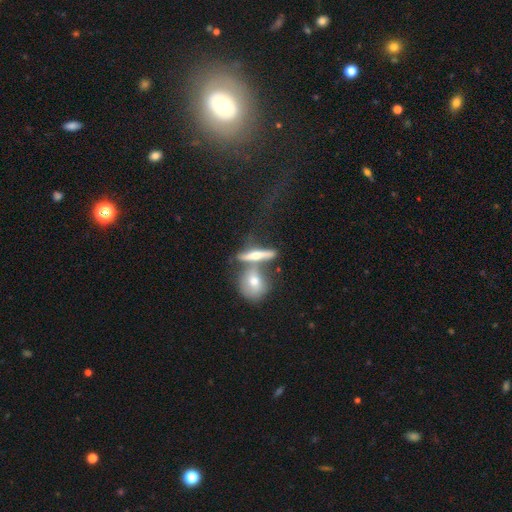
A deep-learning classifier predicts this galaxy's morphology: This appears to be a featured or disk galaxy (54%) viewed edge-on (83%). Merging: none (46%).